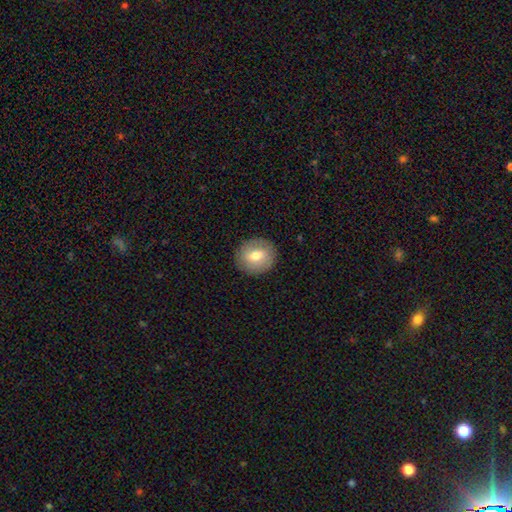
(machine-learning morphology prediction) This is likely a smooth galaxy (66%). How rounded: likely round (77%). Merging: clearly none (88%).